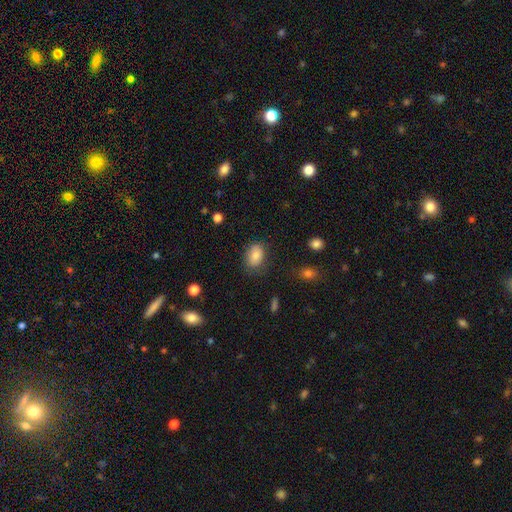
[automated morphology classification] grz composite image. It shows a smooth galaxy with no disk features (82%) that is in between round and cigar-shaped (83%). Merging: none (73%).